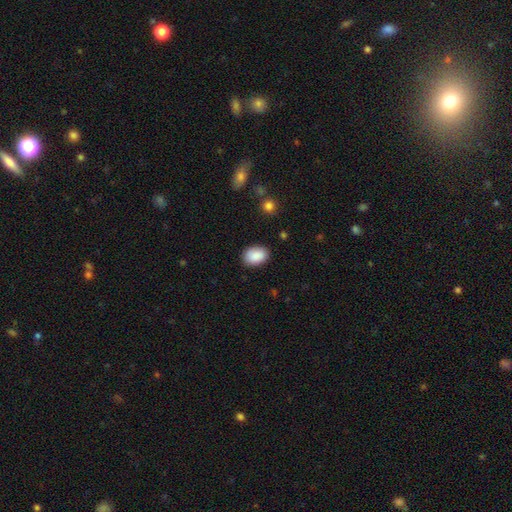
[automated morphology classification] Smooth or featured: smooth — 89% (star or artifact — 7%)
How rounded: in between — 83% (round — 16%)
Merging: none — 85% (minor disturbance — 11%)